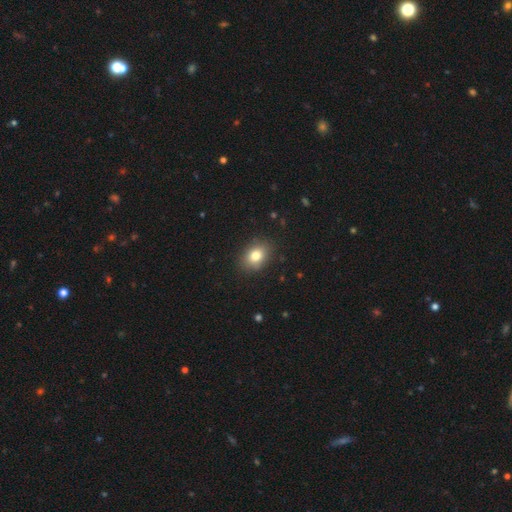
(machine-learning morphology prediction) type=smooth (81%); roundness=in between (67%); merging=none (86%).